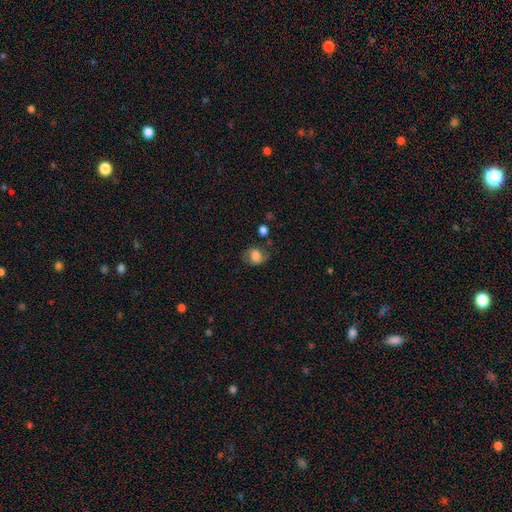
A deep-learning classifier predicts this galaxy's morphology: A smooth galaxy with no disk features (66%) that is round (54%). Merging: none (62%).